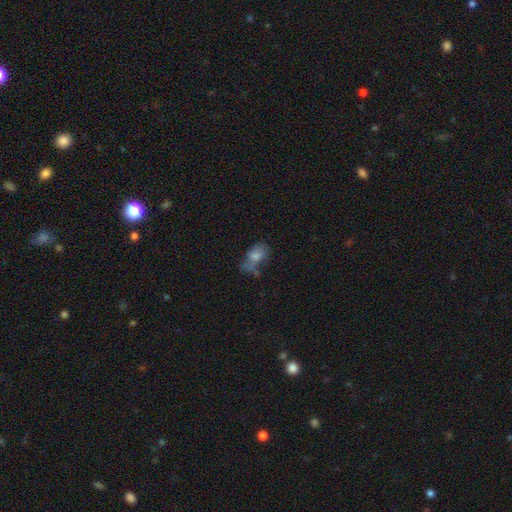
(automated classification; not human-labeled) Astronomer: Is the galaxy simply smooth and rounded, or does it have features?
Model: smooth — 68%.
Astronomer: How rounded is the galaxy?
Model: in between — 86%.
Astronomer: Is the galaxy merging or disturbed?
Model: none — 33% (runner-up: minor disturbance, 27%).